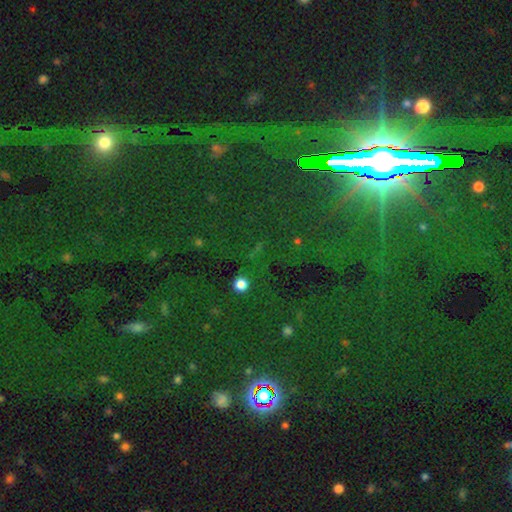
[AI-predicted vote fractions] This appears to be a star or artifact, not a galaxy (82%).